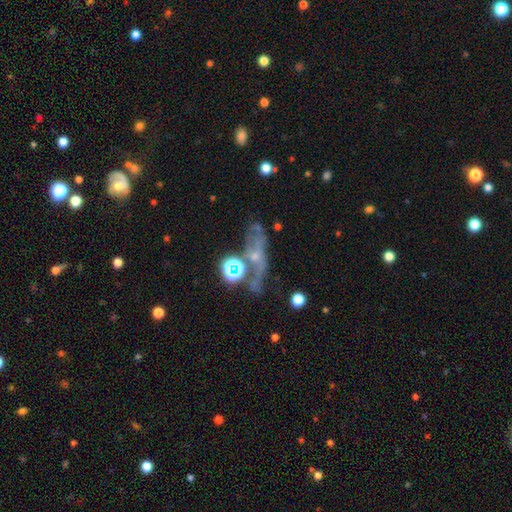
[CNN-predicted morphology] This is possibly a featured or disk galaxy (51%). It is likely not viewed edge-on (74%). Merging: marginally none (41%).